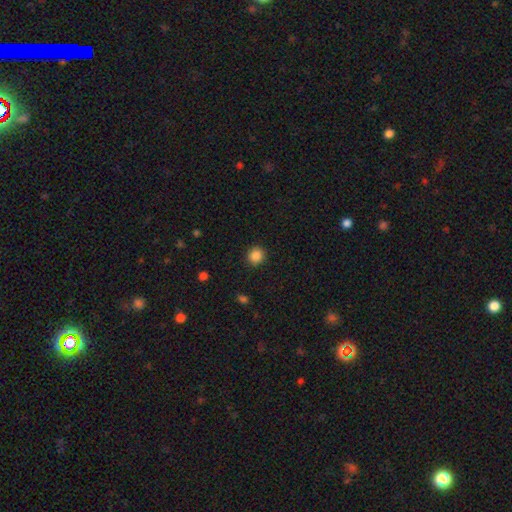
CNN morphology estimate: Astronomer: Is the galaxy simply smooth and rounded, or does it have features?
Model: smooth — 86%.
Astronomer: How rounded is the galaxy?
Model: round — 88%.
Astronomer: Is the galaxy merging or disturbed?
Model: none — 91%.